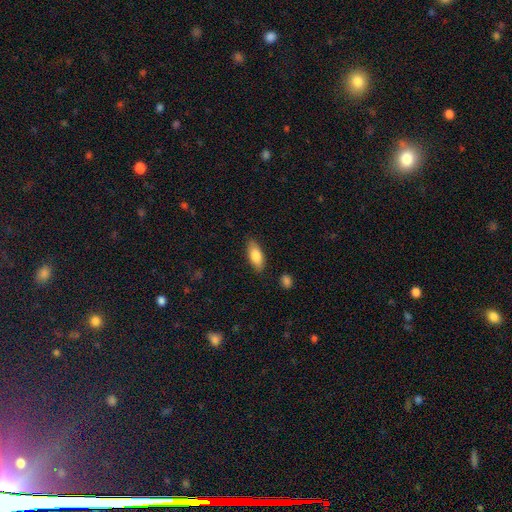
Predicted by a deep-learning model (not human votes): Overall: smooth (81%). How rounded: in between (80%). Merging: none (84%).